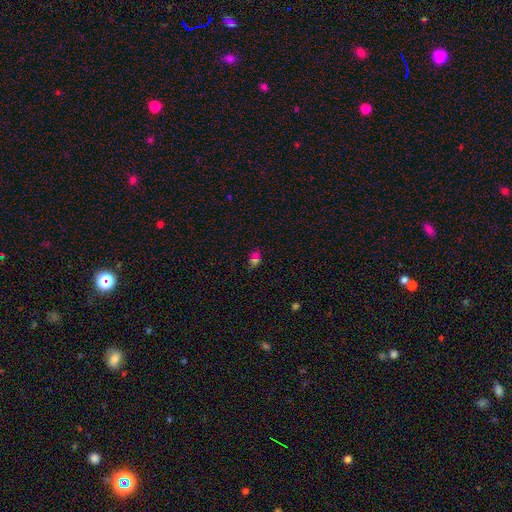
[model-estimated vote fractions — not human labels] Smooth or featured? smooth (68%)
How rounded? in between (71%)
Merging? none (65%)